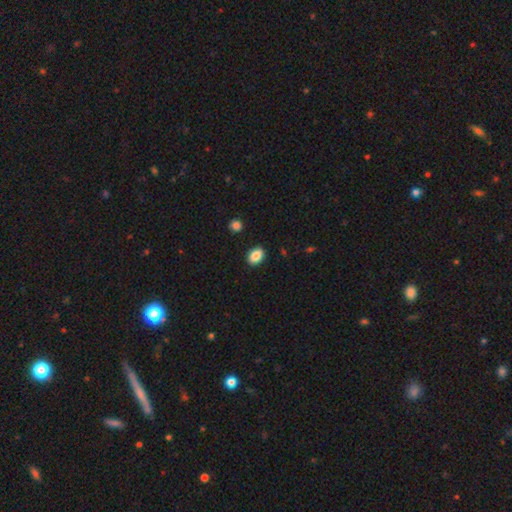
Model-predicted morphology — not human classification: Overall: smooth (88%). How rounded: in between (76%). Merging: none (90%).